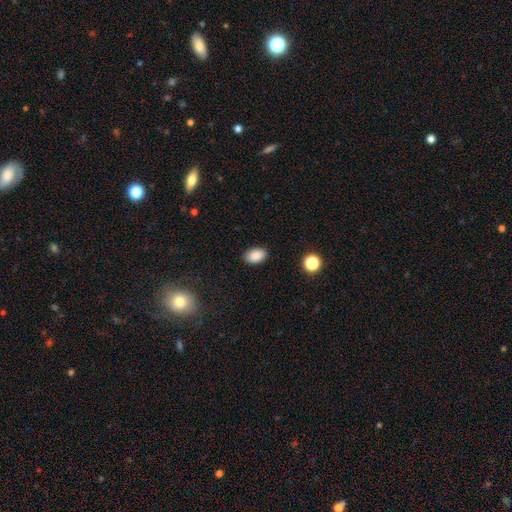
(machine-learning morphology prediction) Overall: smooth (88%). How rounded: in between (87%). Merging: none (88%).